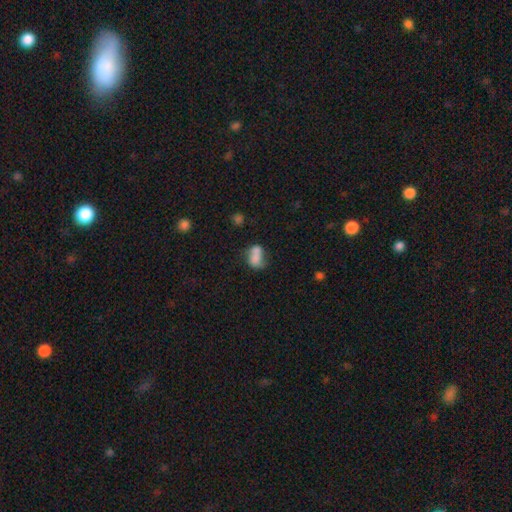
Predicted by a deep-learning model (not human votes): The model was most divided on "merging": merger: 51%, none: 26%, minor disturbance: 14%, major disturbance: 9%. More confident: how rounded — in between (71%); smooth or featured — smooth (69%).